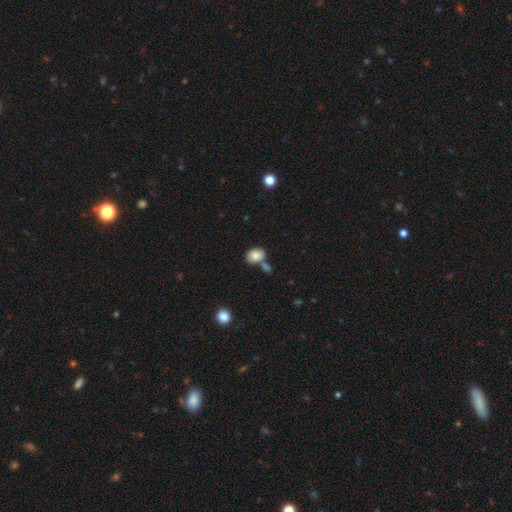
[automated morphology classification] Q: Smooth or featured?
A: smooth (84%); runner-up: star or artifact (8%)
Q: How rounded?
A: in between (69%); runner-up: round (30%)
Q: Merging?
A: none (56%); runner-up: merger (25%)